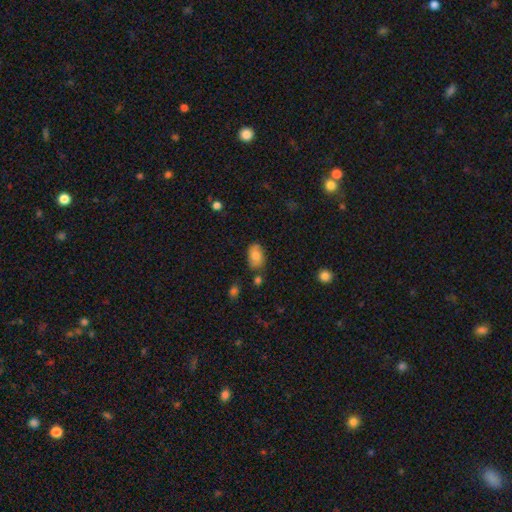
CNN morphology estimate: Smooth or featured?
  - smooth: 80% *
  - featured or disk: 12%
  - star or artifact: 8%
How rounded?
  - in between: 89% *
  - round: 9%
  - cigar-shaped: 1%
Merging?
  - none: 71% *
  - minor disturbance: 19%
  - merger: 6%
  - major disturbance: 4%